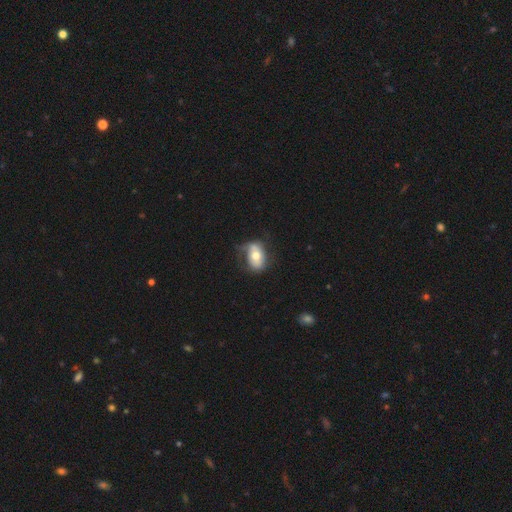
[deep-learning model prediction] smooth 52%, featured or disk 41%, star or artifact 7%. Down the decision tree: how rounded — in between (79%); merging — none (45%).